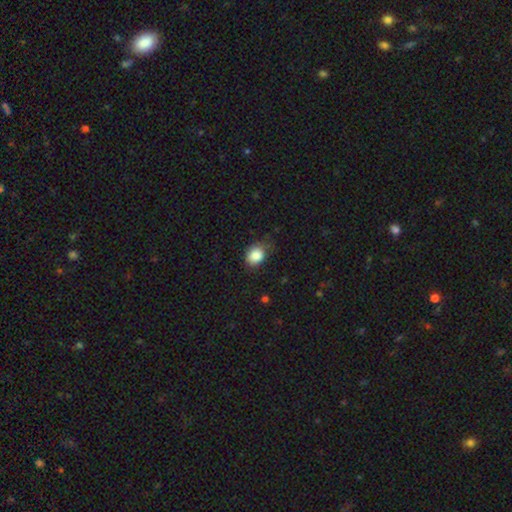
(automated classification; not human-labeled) Smooth or featured?
  - smooth: 86% *
  - star or artifact: 9%
  - featured or disk: 6%
How rounded?
  - in between: 52% *
  - round: 47%
  - cigar-shaped: 1%
Merging?
  - none: 59% *
  - minor disturbance: 31%
  - major disturbance: 8%
  - merger: 2%